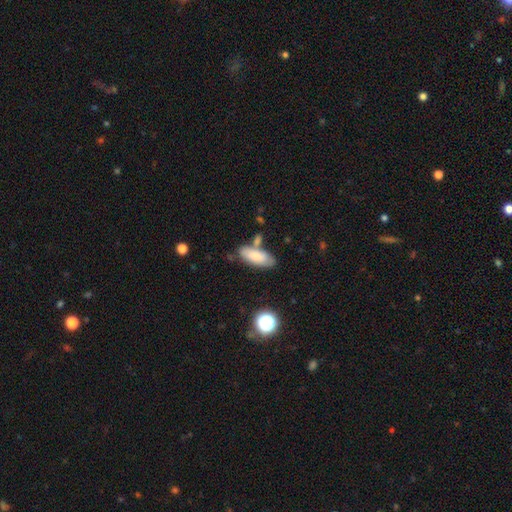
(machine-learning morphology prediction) Smooth or featured?
  - smooth: 80% *
  - featured or disk: 13%
  - star or artifact: 7%
How rounded?
  - in between: 76% *
  - cigar-shaped: 22%
  - round: 2%
Merging?
  - none: 62% *
  - minor disturbance: 18%
  - merger: 15%
  - major disturbance: 5%